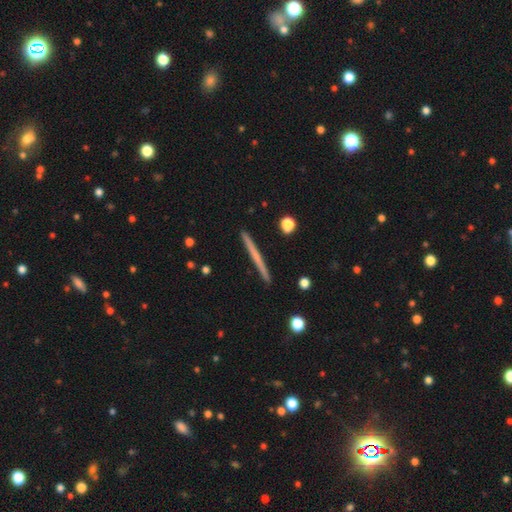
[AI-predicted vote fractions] smooth 49%, featured or disk 45%, star or artifact 6%. Down the decision tree: merging — none (92%).